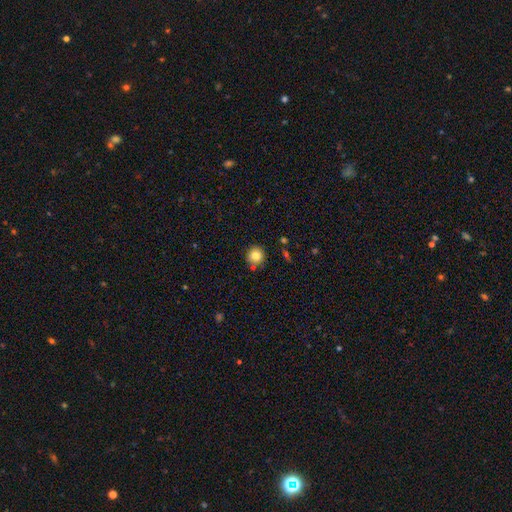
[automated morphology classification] This is clearly a smooth galaxy (82%). How rounded: clearly round (93%). Merging: clearly none (83%).